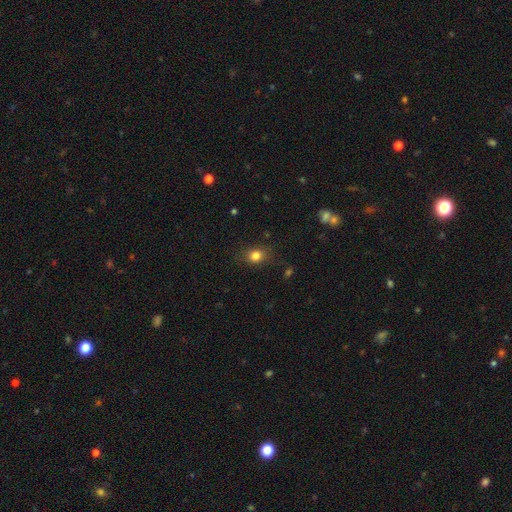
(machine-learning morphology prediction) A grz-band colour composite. It shows a smooth galaxy with no disk features (81%) that is round (54%). Merging: none (82%).